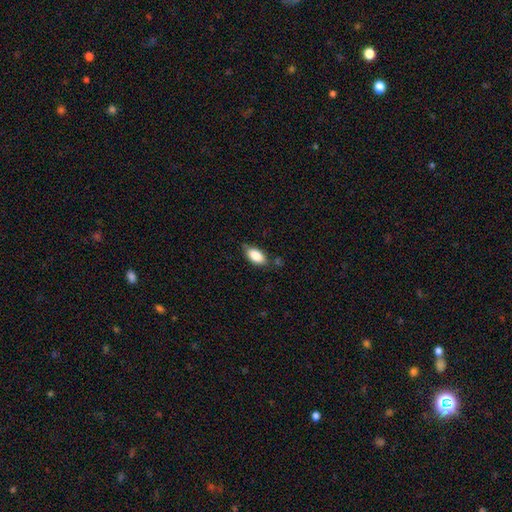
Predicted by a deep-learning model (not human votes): Morphology: type=smooth (85%); roundness=in between (91%); merging=none (74%).